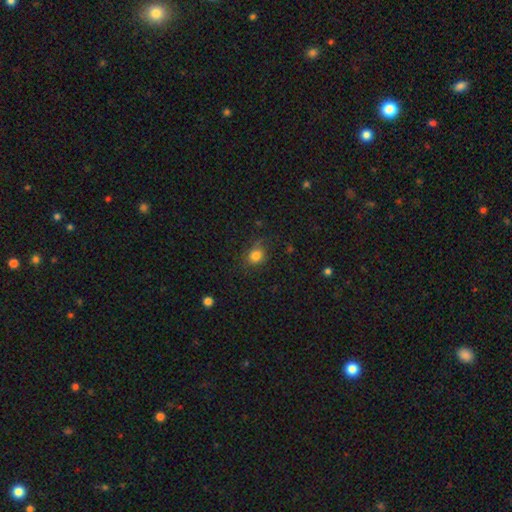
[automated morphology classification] This appears to be a smooth galaxy with no disk features (82%) that is round (66%). Merging: none (73%).